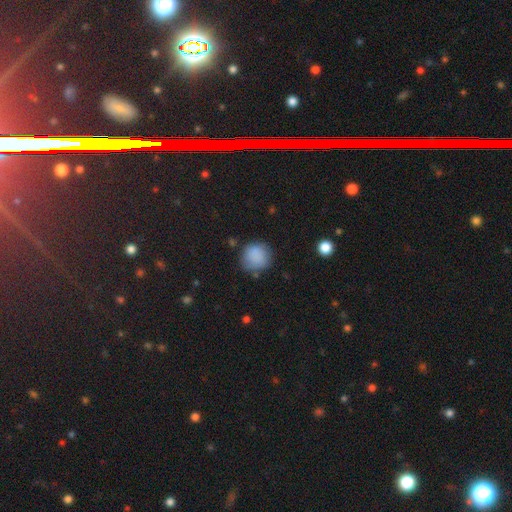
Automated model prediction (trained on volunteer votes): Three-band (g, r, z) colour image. It shows a smooth galaxy with no disk features (86%) that is round (89%). Merging: none (76%).